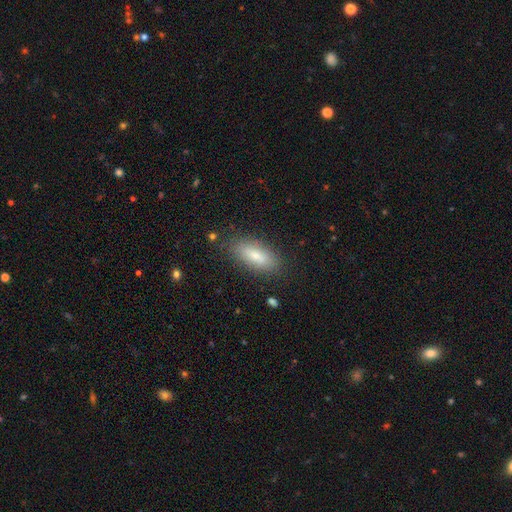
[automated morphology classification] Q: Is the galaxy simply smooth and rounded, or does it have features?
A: smooth — 78%.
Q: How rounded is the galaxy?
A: in between — 76%.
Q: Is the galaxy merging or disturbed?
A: none — 84%.